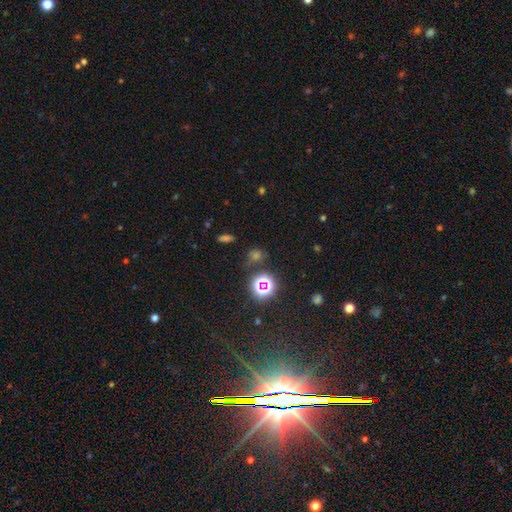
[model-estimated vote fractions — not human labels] Smooth or featured? Predicted: star or artifact (p=0.54).